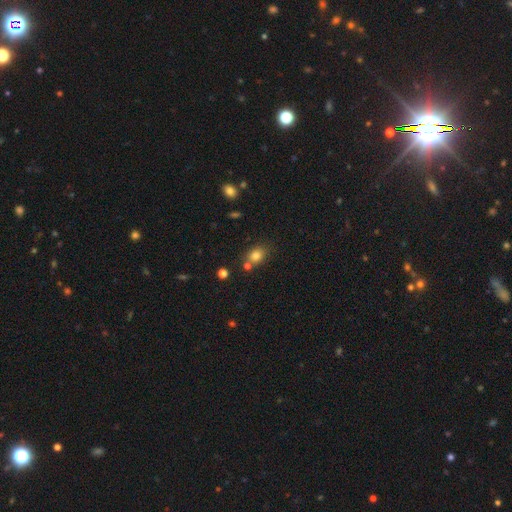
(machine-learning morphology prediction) This is clearly a smooth galaxy (81%). How rounded: possibly in between (53%). Merging: likely none (63%).